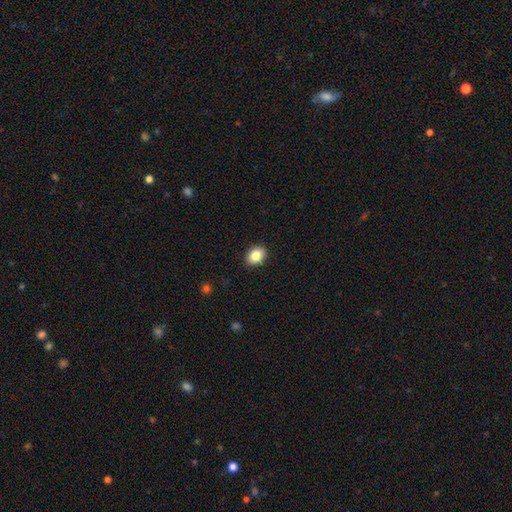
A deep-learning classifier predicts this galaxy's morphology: The model was most divided on "how rounded": in between: 57%, round: 42%, cigar-shaped: 1%. More confident: merging — none (91%); smooth or featured — smooth (86%).